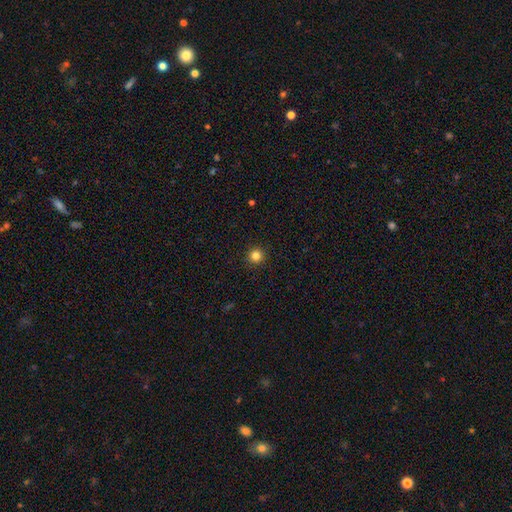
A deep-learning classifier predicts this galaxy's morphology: Smooth or featured?
  - smooth: 82% *
  - star or artifact: 13%
  - featured or disk: 5%
How rounded?
  - round: 95% *
  - in between: 4%
  - cigar-shaped: 1%
Merging?
  - none: 93% *
  - minor disturbance: 4%
  - major disturbance: 2%
  - merger: 1%